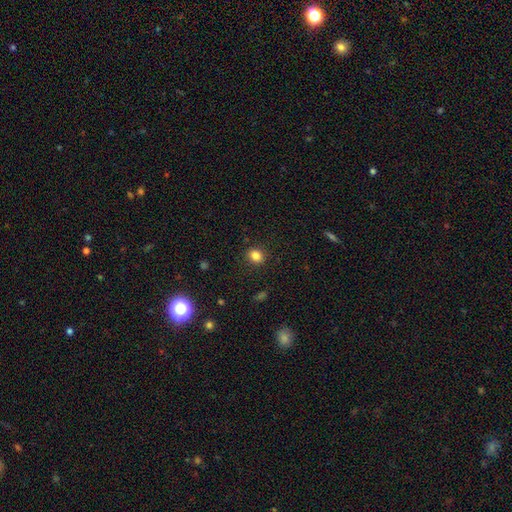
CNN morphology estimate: A smooth galaxy with no disk features (83%) that is round (63%). Merging: none (88%).